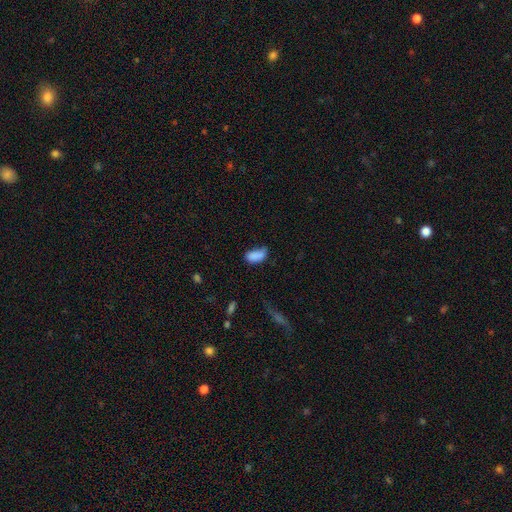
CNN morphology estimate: Overall: smooth (83%). How rounded: in between (92%). Merging: none (42%; minor disturbance 36%).